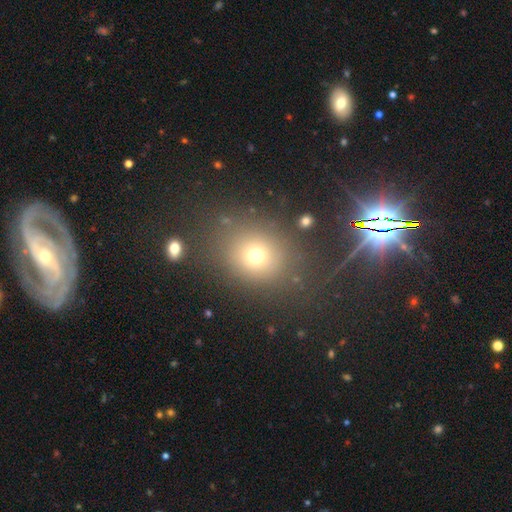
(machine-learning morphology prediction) type=smooth (66%); roundness=round (71%); merging=none (79%).